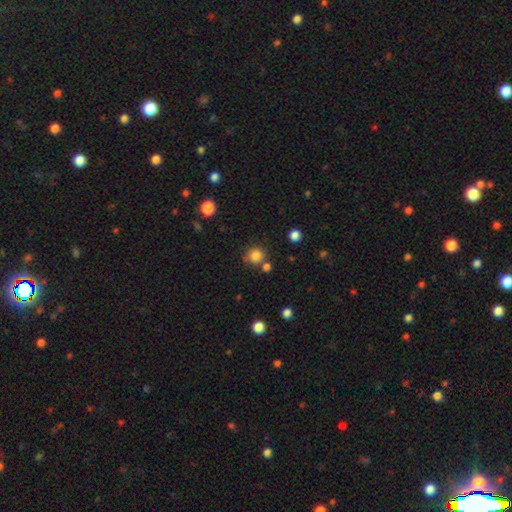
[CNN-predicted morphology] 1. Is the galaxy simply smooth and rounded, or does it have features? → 82% smooth, 12% star or artifact, 5% featured or disk.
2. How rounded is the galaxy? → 90% round, 9% in between, 1% cigar-shaped.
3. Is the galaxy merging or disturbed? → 73% none, 13% merger, 10% minor disturbance, 3% major disturbance.